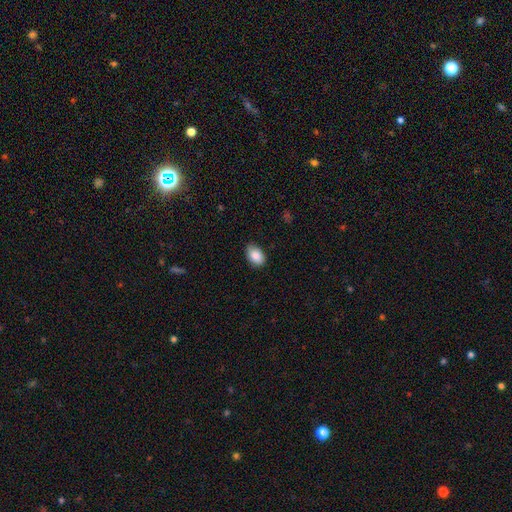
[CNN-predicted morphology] This is clearly a smooth galaxy (88%). How rounded: clearly in between (87%). Merging: clearly none (81%).